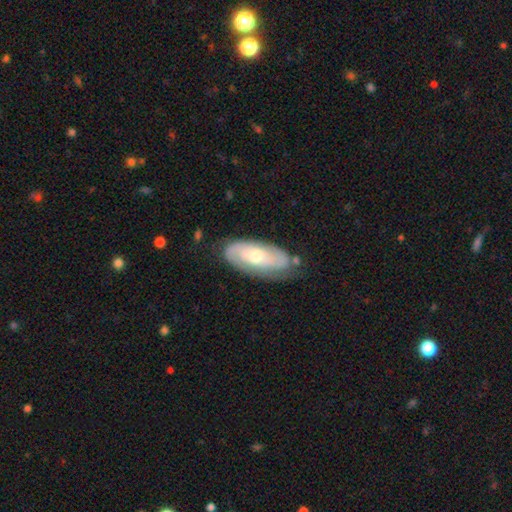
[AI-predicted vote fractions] A featured or disk galaxy (68%) with no bar (63%), 2 (56%) tight (54%) spiral arms (86%) and a moderate central bulge (64%). Merging: none (72%).